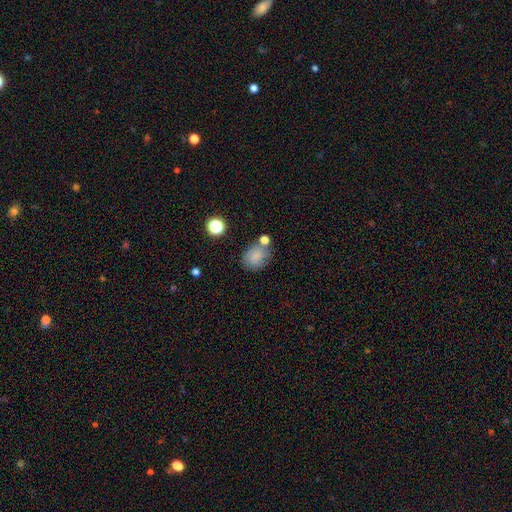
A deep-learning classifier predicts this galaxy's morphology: Smooth or featured? smooth (77%)
How rounded? round (51%)
Merging? none (62%)